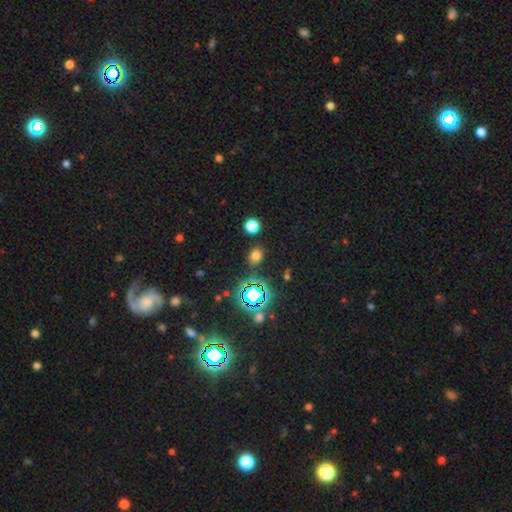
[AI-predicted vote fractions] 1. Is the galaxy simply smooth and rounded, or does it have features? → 66% smooth, 28% star or artifact, 6% featured or disk.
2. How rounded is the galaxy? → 63% round, 36% in between, 1% cigar-shaped.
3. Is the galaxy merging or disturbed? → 83% none, 9% minor disturbance, 4% merger, 4% major disturbance.